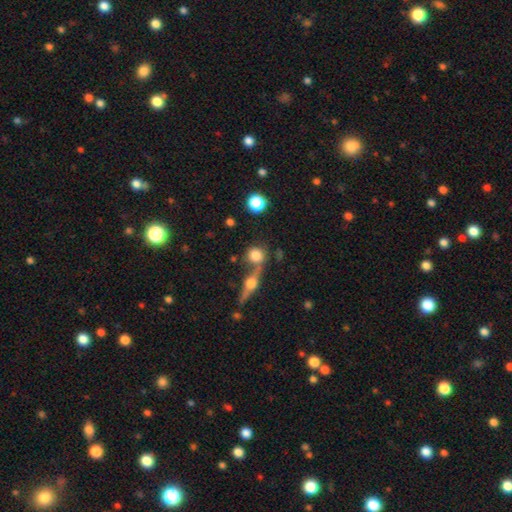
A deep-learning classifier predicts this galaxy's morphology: Q: Smooth or featured?
A: smooth (74%); runner-up: featured or disk (16%)
Q: How rounded?
A: round (83%); runner-up: in between (14%)
Q: Merging?
A: none (57%); runner-up: merger (28%)